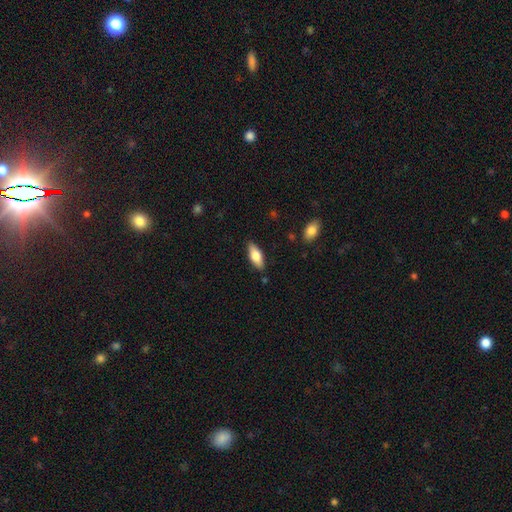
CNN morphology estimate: Q: Smooth or featured?
A: smooth (66%); runner-up: featured or disk (28%)
Q: How rounded?
A: in between (73%); runner-up: cigar-shaped (24%)
Q: Merging?
A: none (85%); runner-up: minor disturbance (11%)